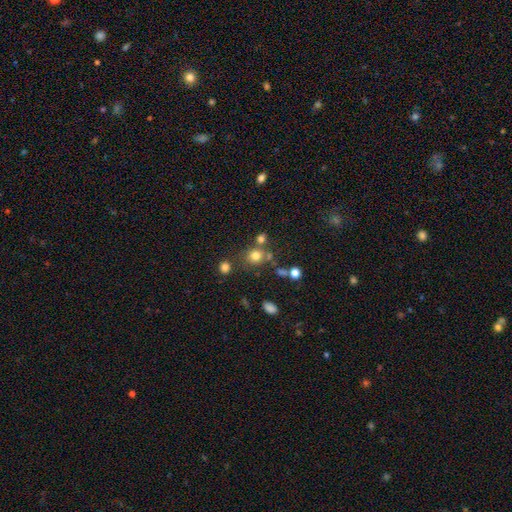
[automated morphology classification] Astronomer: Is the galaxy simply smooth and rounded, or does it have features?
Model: smooth — 75%.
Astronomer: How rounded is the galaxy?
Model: round — 82%.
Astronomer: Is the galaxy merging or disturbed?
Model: none — 66%.